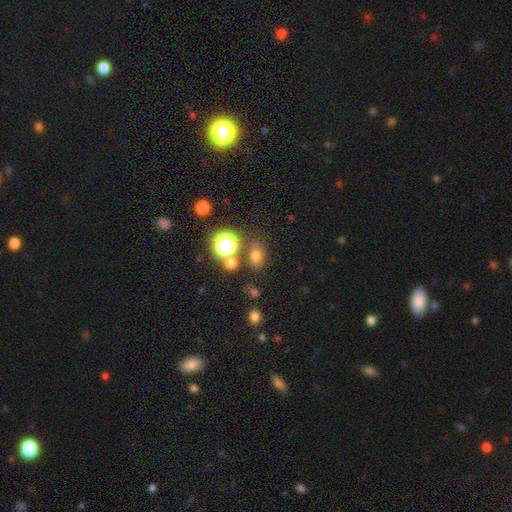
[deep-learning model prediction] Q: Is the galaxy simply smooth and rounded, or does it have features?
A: smooth — 66%.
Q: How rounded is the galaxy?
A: in between — 58%.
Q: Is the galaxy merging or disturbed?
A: none — 73%.